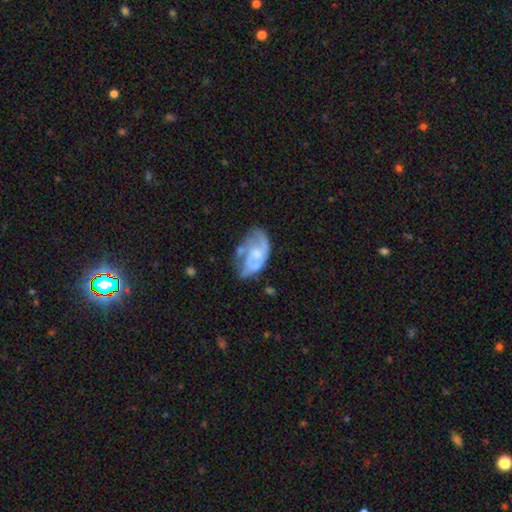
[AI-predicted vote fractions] smooth-or-featured: featured or disk: 62% | smooth: 30% | star or artifact: 7%
  disk-edge-on: no: 96% | yes: 4%
    bar: no: 75% | weak: 21% | strong: 4%
    has-spiral-arms: yes: 56% | no: 44%
    bulge-size: moderate: 37% (tied) | small: 37% (tied) | none: 21% | large: 5% | dominant: 1%
  merging: none: 33% | minor disturbance: 29% | major disturbance: 25% | merger: 13%